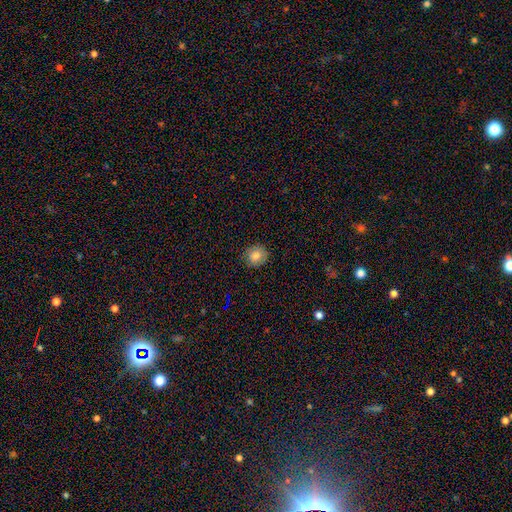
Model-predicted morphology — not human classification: This is clearly a smooth galaxy (81%). How rounded: clearly round (80%). Merging: clearly none (84%).